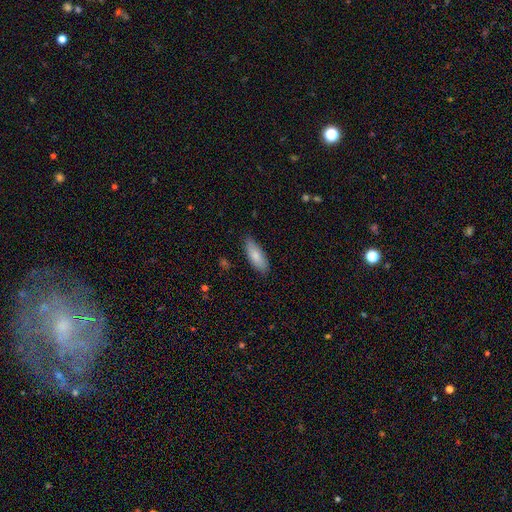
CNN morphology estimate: type=smooth (83%); roundness=in between (67%); merging=none (85%).